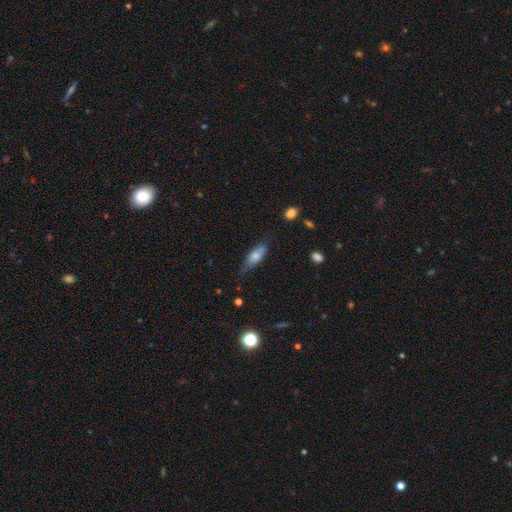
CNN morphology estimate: smooth_or_featured: smooth (p=0.73) [alt: featured or disk p=0.20]
how_rounded: in between (p=0.69) [alt: cigar-shaped p=0.28]
merging: none (p=0.63) [alt: minor disturbance p=0.28]